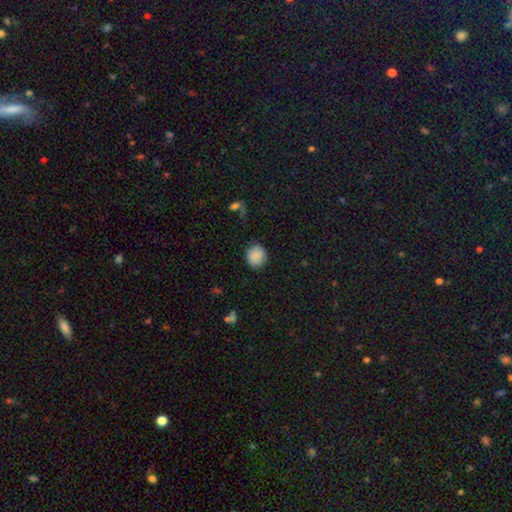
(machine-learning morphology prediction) smooth-or-featured: smooth: 88% | star or artifact: 8% | featured or disk: 4%
  how-rounded: round: 82% | in between: 17% | cigar-shaped: 1%
  merging: none: 85% | minor disturbance: 10% | major disturbance: 3% | merger: 1%